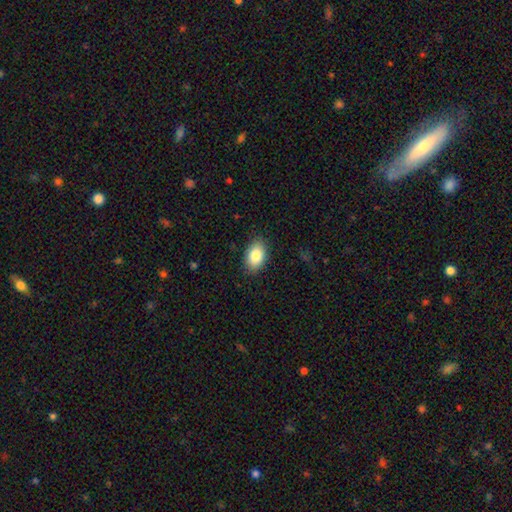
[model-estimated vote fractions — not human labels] A smooth galaxy with no disk features (85%) that is in between round and cigar-shaped (90%). Merging: none (86%).